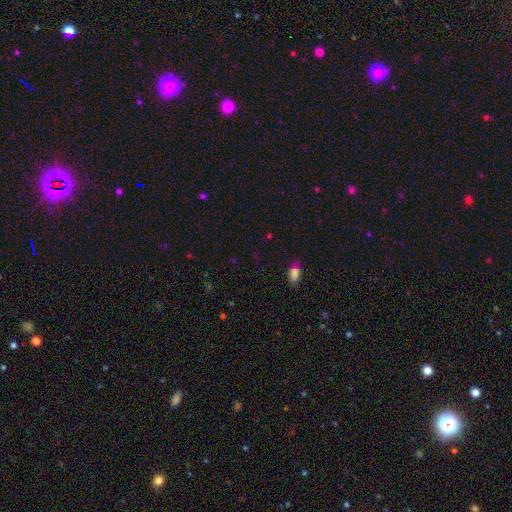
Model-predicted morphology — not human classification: Smooth or featured?
  - smooth: 54% *
  - star or artifact: 38%
  - featured or disk: 8%
How rounded?
  - in between: 63% *
  - round: 28%
  - cigar-shaped: 10%
Merging?
  - none: 78% *
  - minor disturbance: 13%
  - major disturbance: 5%
  - merger: 4%